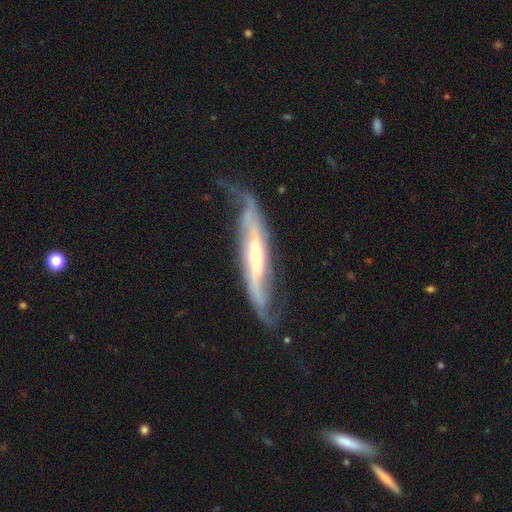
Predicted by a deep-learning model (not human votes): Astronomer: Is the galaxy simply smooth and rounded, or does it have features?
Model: featured or disk — 83%.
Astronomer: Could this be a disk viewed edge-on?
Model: no — 63%.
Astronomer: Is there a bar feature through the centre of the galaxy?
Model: no — 36% (runner-up: strong, 35%).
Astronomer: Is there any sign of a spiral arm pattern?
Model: yes — 92%.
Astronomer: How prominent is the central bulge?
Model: moderate — 50% (runner-up: small, 41%).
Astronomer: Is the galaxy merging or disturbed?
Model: none — 56%.